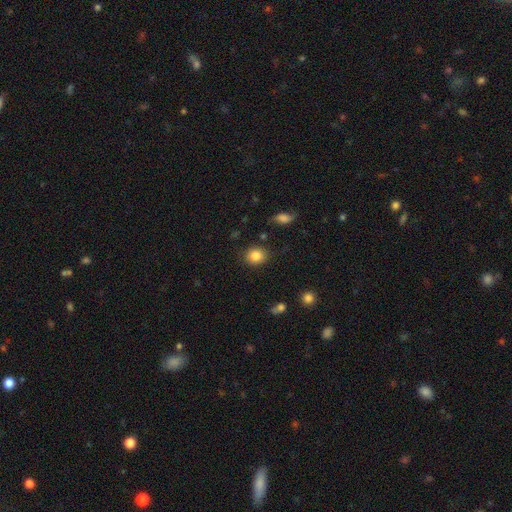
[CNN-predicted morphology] A smooth galaxy with no disk features (85%) that is round (70%).

Vote fractions:
- Smooth or featured? smooth: 85% / star or artifact: 9% / featured or disk: 6%
- How rounded? round: 70% / in between: 29% / cigar-shaped: 1%
- Merging? none: 85% / minor disturbance: 10% / major disturbance: 3% / merger: 2%